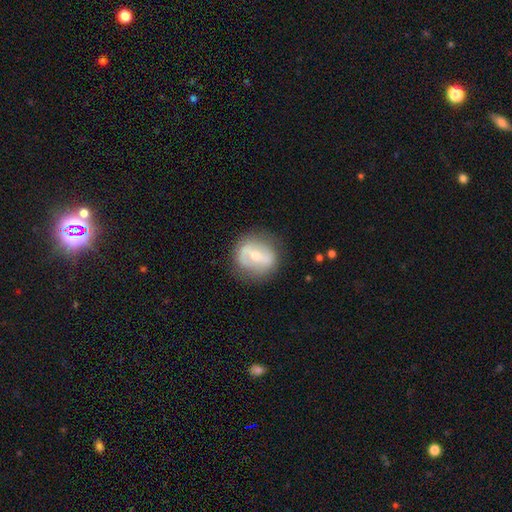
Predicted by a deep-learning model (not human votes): This appears to be a featured or disk galaxy (61%) with a strong bar (45%), spiral arms (61%) and a small central bulge (47%). Merging: none (75%).